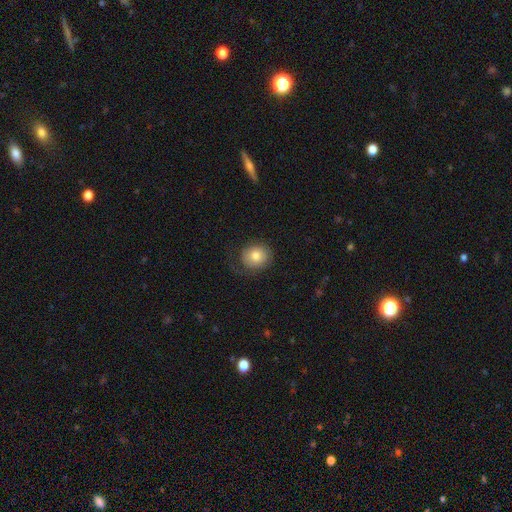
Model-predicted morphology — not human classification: Smooth or featured? smooth (77%)
How rounded? round (78%)
Merging? none (66%)